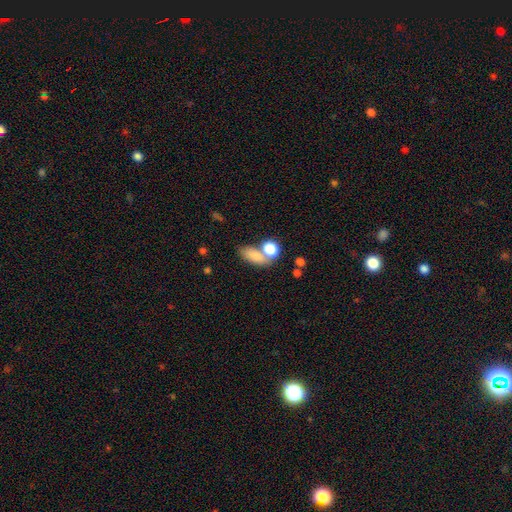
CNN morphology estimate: Overall: smooth (80%). How rounded: in between (77%). Merging: none (44%; merger 38%).